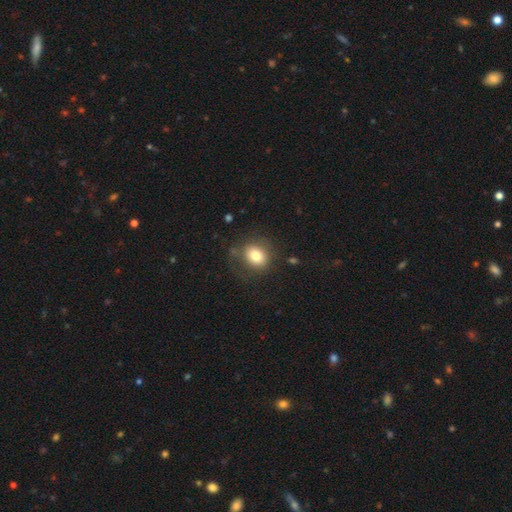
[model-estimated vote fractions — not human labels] This is clearly a smooth galaxy (80%). How rounded: possibly round (56%). Merging: likely none (75%).